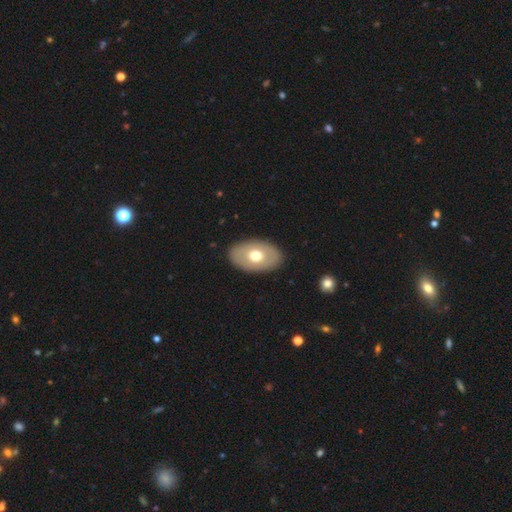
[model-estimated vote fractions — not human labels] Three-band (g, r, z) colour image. It shows a smooth galaxy with no disk features (58%) that is in between round and cigar-shaped (89%). Merging: none (88%).